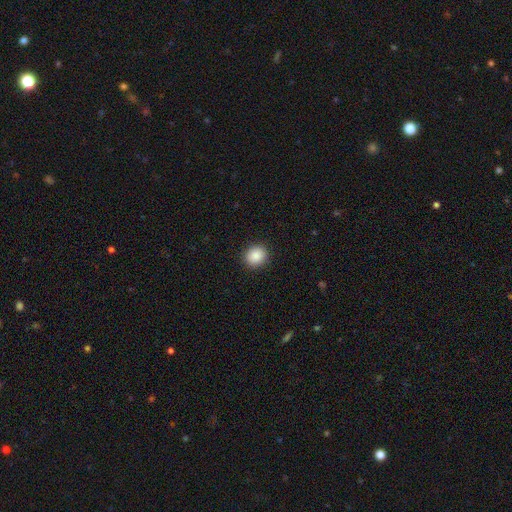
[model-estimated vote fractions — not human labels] The model was most divided on "how rounded": round: 75%, in between: 24%, cigar-shaped: 1%. More confident: merging — none (91%); smooth or featured — smooth (89%).